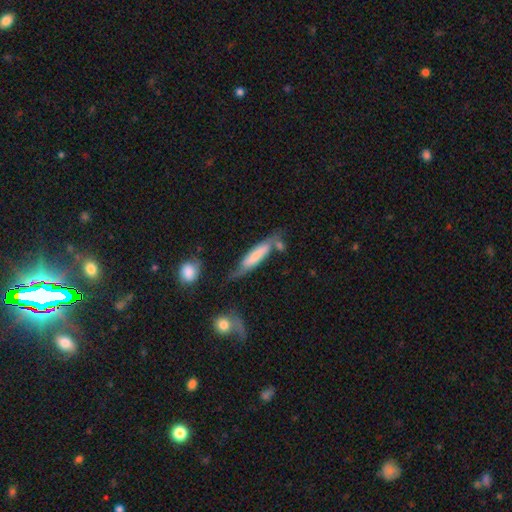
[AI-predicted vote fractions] Morphology: type=smooth (57%); roundness=cigar-shaped (74%); merging=none (47%).